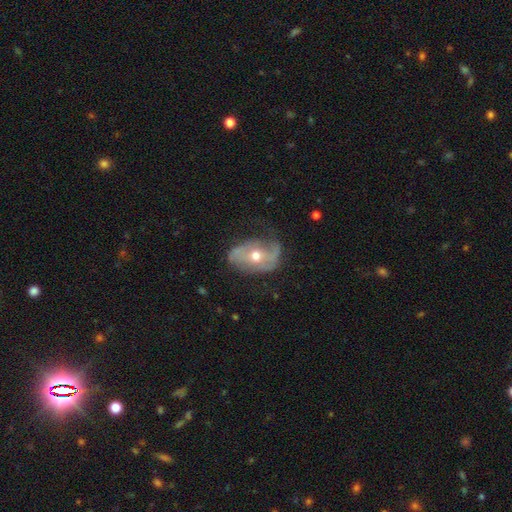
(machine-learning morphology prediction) featured or disk 75%, smooth 18%, star or artifact 7%. Down the decision tree: edge-on disk — no (94%); bar — no (49%); spiral arms — yes (79%); spiral arm count — 2 (69%); spiral winding — loose (44%); bulge size — moderate (70%); merging — none (55%).